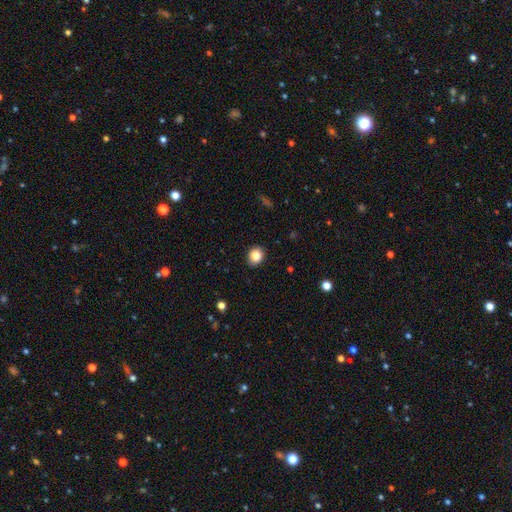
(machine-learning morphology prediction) Smooth or featured? smooth (85%)
How rounded? round (57%)
Merging? none (89%)